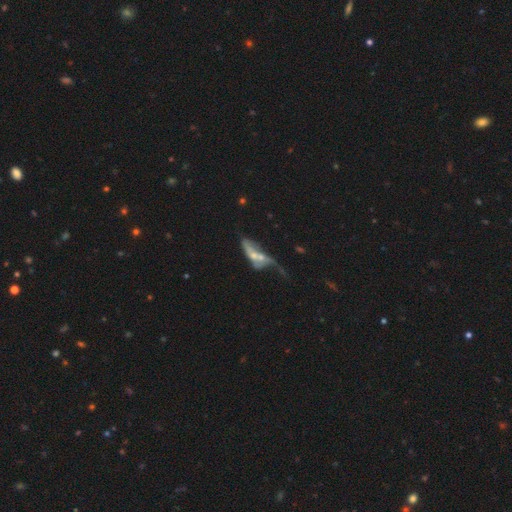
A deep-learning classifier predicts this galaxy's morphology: Overall: featured or disk (53%; smooth 38%). Edge-on disk: no (86%). Merging: merger (53%; major disturbance 26%).